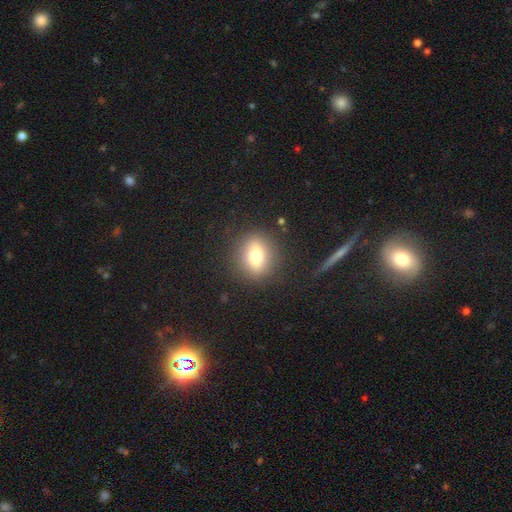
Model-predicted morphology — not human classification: This is likely a smooth galaxy (69%). How rounded: likely round (62%). Merging: clearly none (85%).